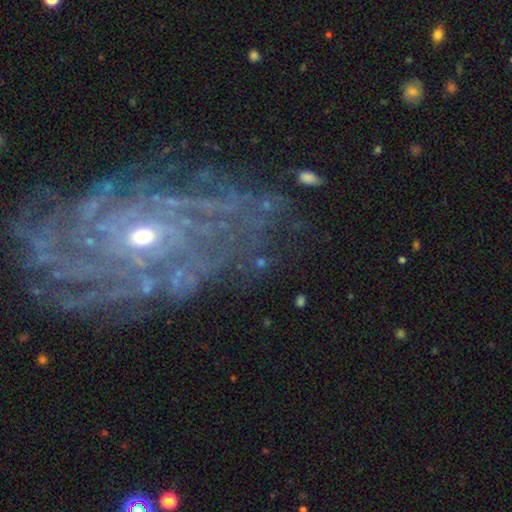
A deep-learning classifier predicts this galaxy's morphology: smooth-or-featured: featured or disk: 83% | star or artifact: 11% | smooth: 6%
  disk-edge-on: no: 95% | yes: 5%
    bar: no: 64% | weak: 25% | strong: 11%
    has-spiral-arms: yes: 90% | no: 10%
      spiral-winding: tight: 73% | medium: 21% | loose: 7%
      spiral-arm-count: can't tell: 38% | more than 4: 25% | 4: 12% | 3: 9% | 2: 9% | 1: 7%
    bulge-size: small: 58% | moderate: 38% | large: 2% | none: 1% | dominant: 1%
  merging: none: 70% | minor disturbance: 16% | major disturbance: 11% | merger: 2%